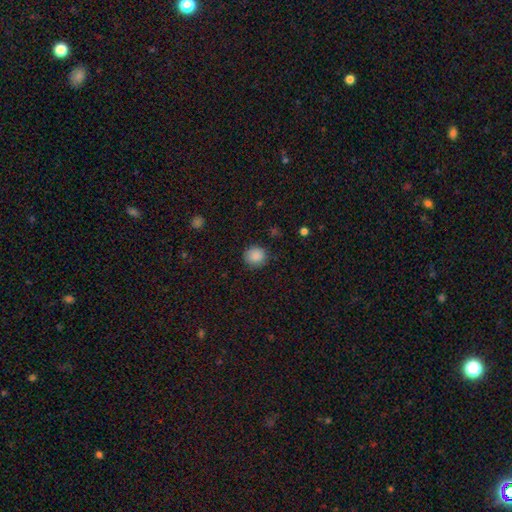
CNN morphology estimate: type=smooth (87%); roundness=round (86%); merging=none (84%).